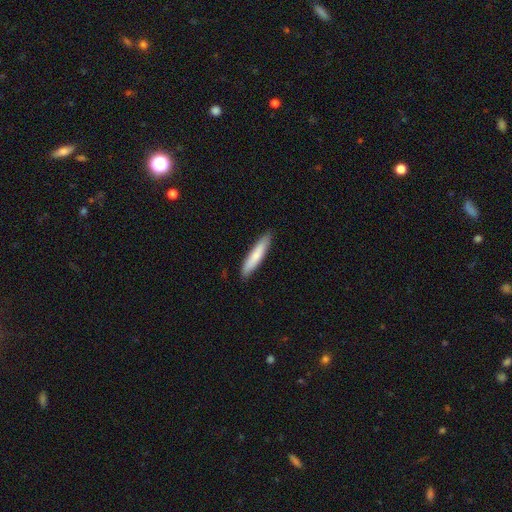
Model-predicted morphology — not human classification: Smooth or featured: smooth — 77% (featured or disk — 18%)
How rounded: cigar-shaped — 88% (in between — 11%)
Merging: none — 88% (minor disturbance — 9%)